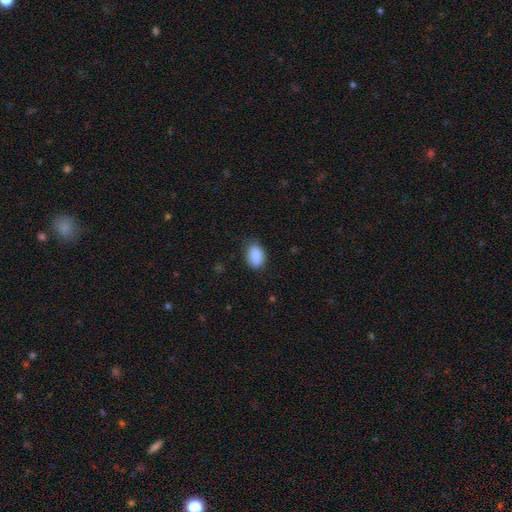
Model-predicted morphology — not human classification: A smooth galaxy with no disk features (89%) that is in between round and cigar-shaped (85%). Merging: none (78%).